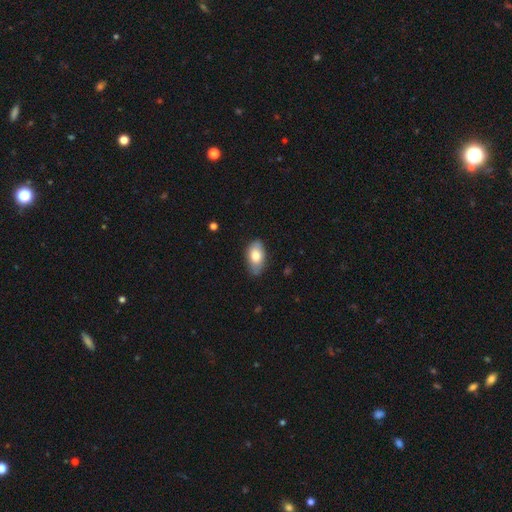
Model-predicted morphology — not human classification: A smooth galaxy with no disk features (77%) that is in between round and cigar-shaped (93%). Merging: none (77%).